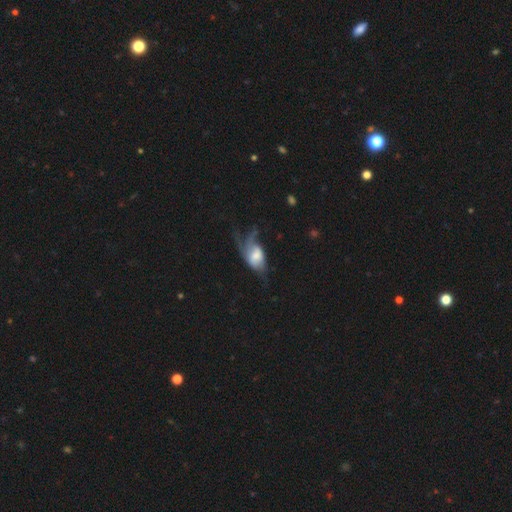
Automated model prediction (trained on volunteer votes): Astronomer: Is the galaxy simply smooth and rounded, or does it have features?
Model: featured or disk — 48% (runner-up: smooth, 44%).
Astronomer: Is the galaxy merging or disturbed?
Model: major disturbance — 50%.